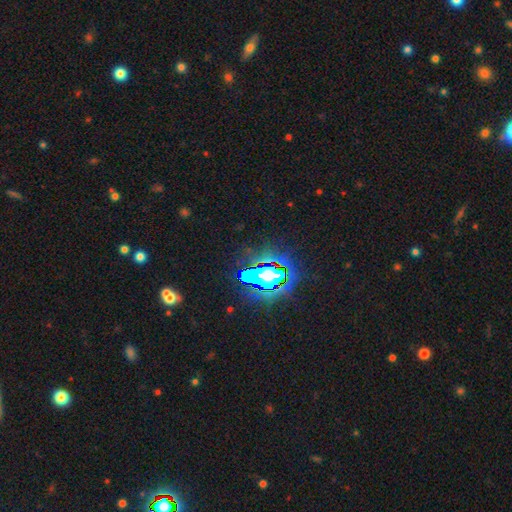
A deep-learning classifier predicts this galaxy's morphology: type=star or artifact (78%).